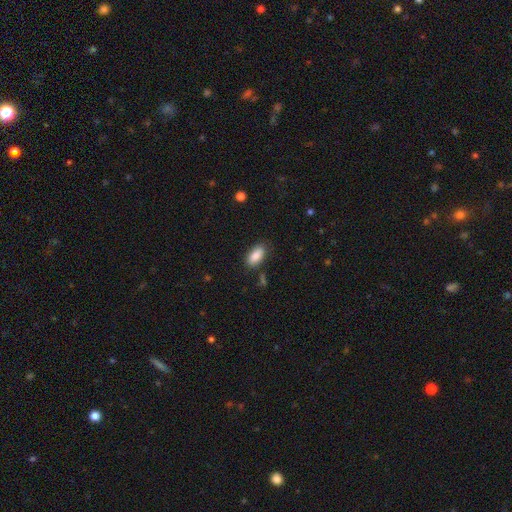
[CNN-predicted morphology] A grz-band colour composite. It shows a smooth galaxy with no disk features (88%) that is in between round and cigar-shaped (91%). Merging: none (84%).